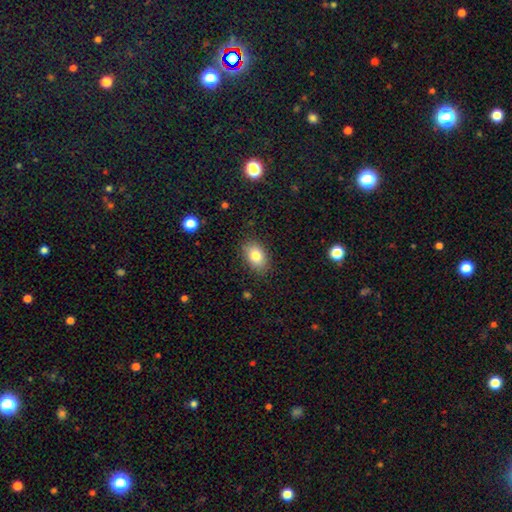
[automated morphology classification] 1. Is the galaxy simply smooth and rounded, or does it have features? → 81% smooth, 10% featured or disk, 9% star or artifact.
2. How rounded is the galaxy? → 86% in between, 13% round, 1% cigar-shaped.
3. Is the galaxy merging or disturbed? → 85% none, 11% minor disturbance, 3% major disturbance, 1% merger.